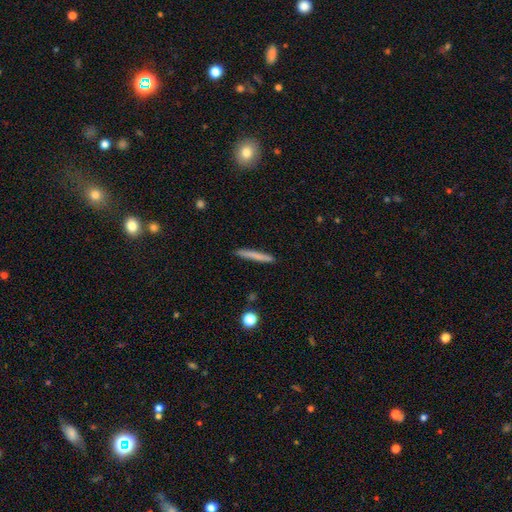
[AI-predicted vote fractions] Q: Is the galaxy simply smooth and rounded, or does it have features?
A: smooth — 72%.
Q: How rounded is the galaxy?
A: cigar-shaped — 96%.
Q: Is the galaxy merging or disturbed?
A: none — 90%.